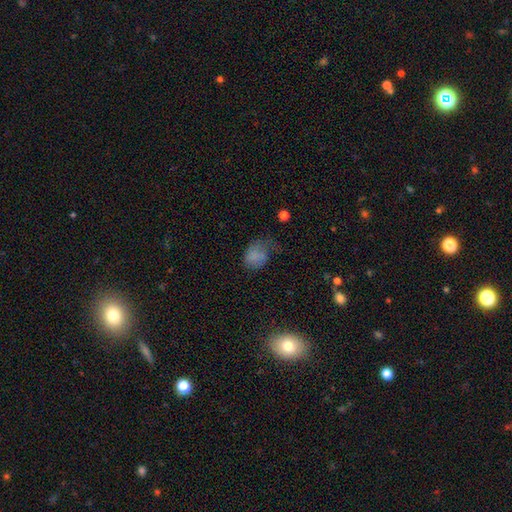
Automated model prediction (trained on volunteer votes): This appears to be a smooth galaxy with no disk features (73%) that is in between round and cigar-shaped (62%). Merging: major disturbance (35%).